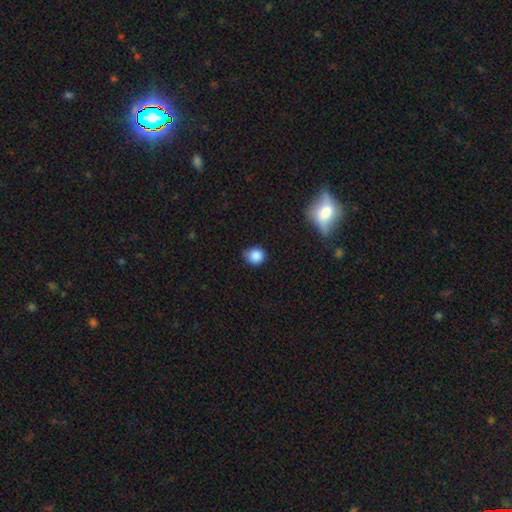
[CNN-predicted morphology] Smooth or featured? Predicted: smooth (p=0.86). How rounded? Predicted: round (p=0.85). Merging? Predicted: none (p=0.71).